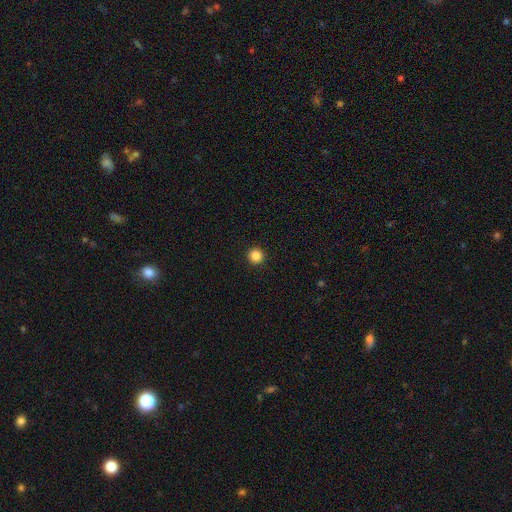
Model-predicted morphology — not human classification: A smooth galaxy with no disk features (86%) that is round (96%). Merging: none (94%).